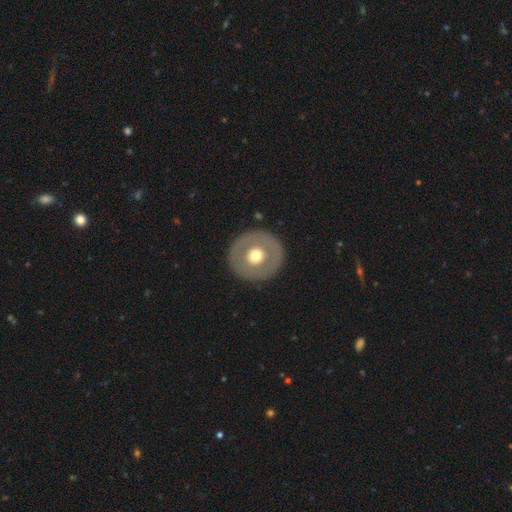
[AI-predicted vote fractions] Morphology: type=smooth (50%); roundness=round (92%); merging=none (89%).